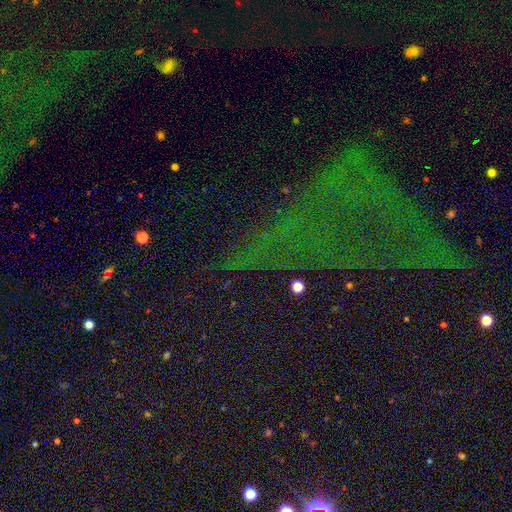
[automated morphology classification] type=star or artifact (78%).